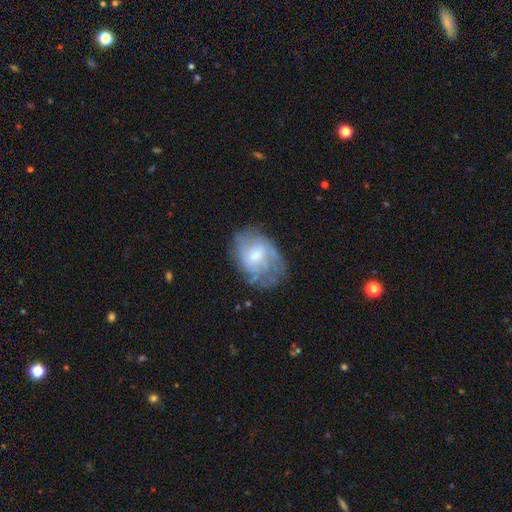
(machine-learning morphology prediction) Smooth or featured? Predicted: featured or disk (p=0.50). Merging? Predicted: none (p=0.46).